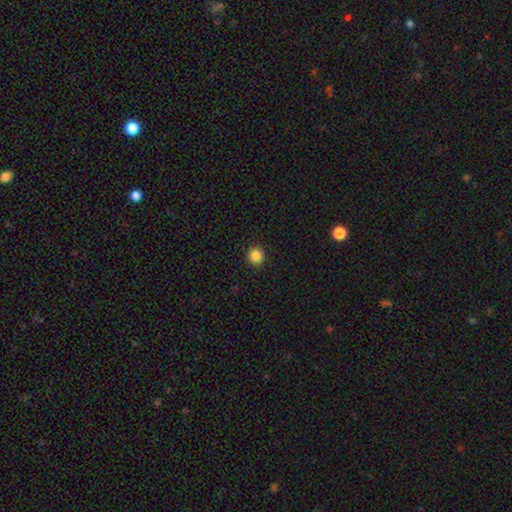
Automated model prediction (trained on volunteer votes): Morphology: type=smooth (86%); roundness=round (92%); merging=none (93%).